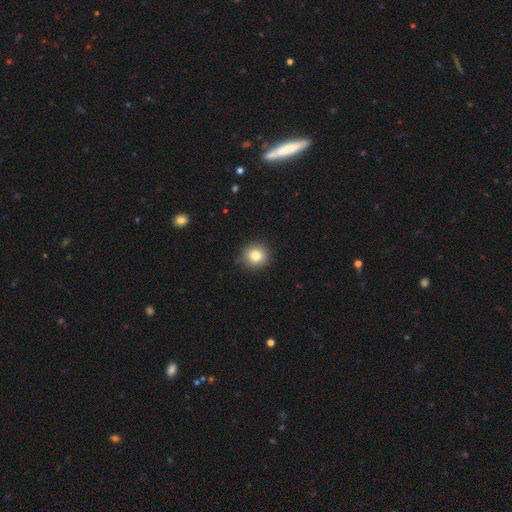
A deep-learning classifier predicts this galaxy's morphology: Smooth or featured? smooth (82%)
How rounded? round (90%)
Merging? none (89%)